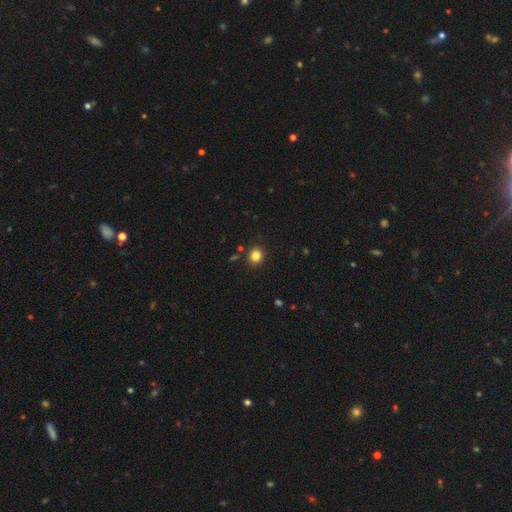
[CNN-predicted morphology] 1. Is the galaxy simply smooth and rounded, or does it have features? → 84% smooth, 11% star or artifact, 5% featured or disk.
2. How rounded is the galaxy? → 75% round, 24% in between, 1% cigar-shaped.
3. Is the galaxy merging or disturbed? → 88% none, 7% minor disturbance, 2% merger, 2% major disturbance.